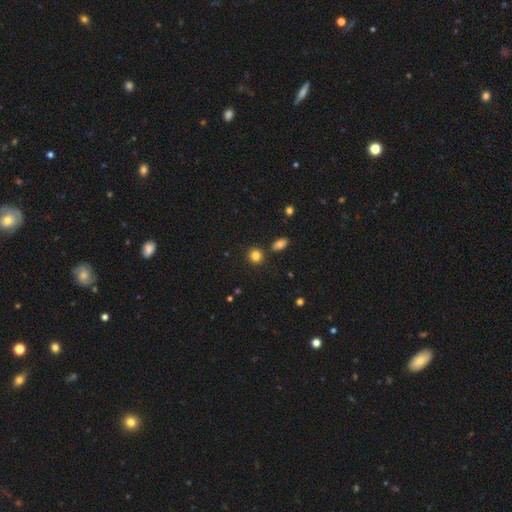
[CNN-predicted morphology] Smooth or featured? smooth (84%)
How rounded? round (83%)
Merging? none (81%)